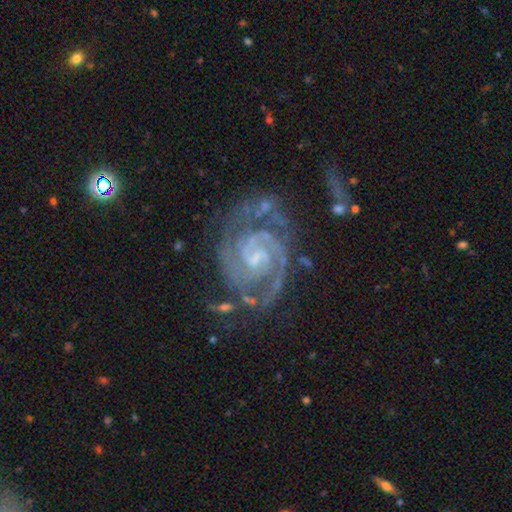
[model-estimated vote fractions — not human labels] Morphology: type=featured or disk (92%); edge-on=no (98%); bar=weak (48%); spiral arms=yes (99%); winding=tight (66%); arm count=2 (80%); bulge=small (59%); merging=none (64%).